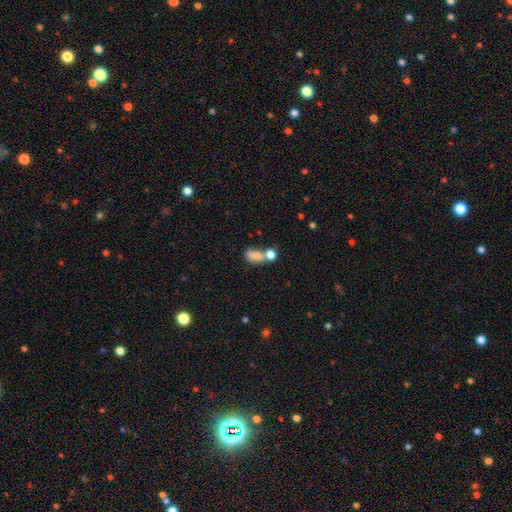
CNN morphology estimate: The model was most divided on "merging": merger: 50%, none: 27%, minor disturbance: 13%, major disturbance: 10%. More confident: how rounded — in between (77%); smooth or featured — smooth (77%).